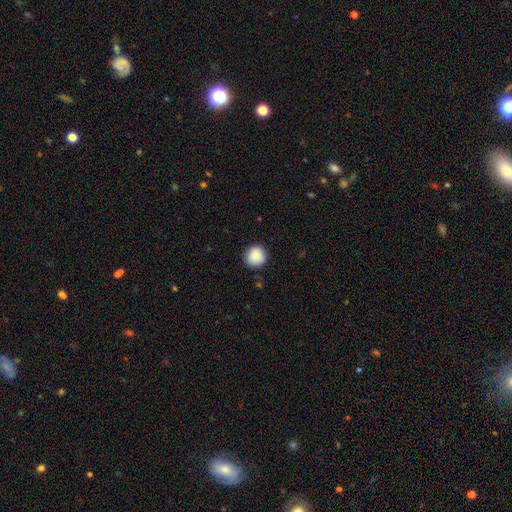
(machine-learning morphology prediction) This is clearly a smooth galaxy (88%). How rounded: clearly round (92%). Merging: clearly none (87%).